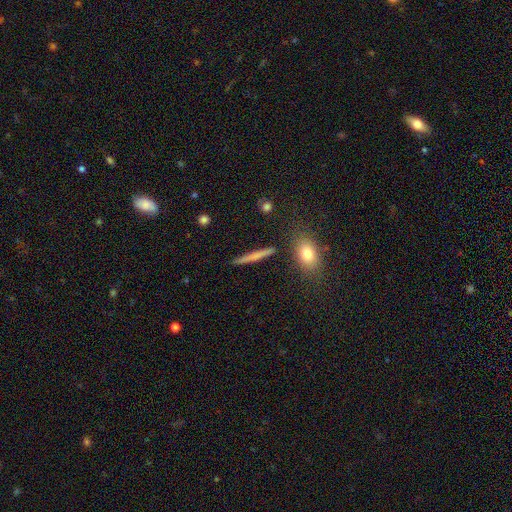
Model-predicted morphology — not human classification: Smooth or featured?
  - smooth: 59% *
  - featured or disk: 33%
  - star or artifact: 8%
How rounded?
  - cigar-shaped: 90% *
  - in between: 6%
  - round: 4%
Merging?
  - none: 87% *
  - minor disturbance: 8%
  - merger: 2%
  - major disturbance: 2%